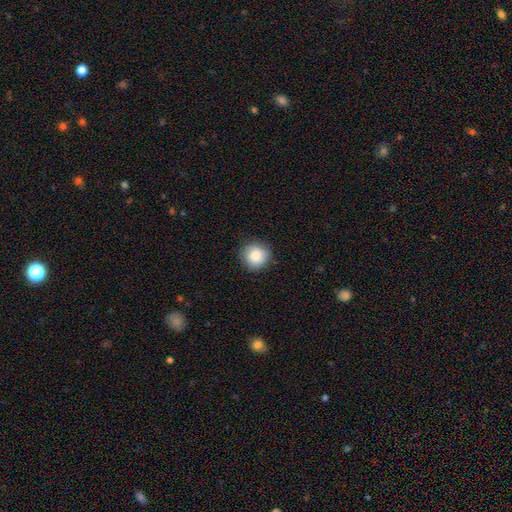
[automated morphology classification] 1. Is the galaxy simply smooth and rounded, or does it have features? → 84% smooth, 8% star or artifact, 8% featured or disk.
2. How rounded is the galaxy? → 92% round, 7% in between, 1% cigar-shaped.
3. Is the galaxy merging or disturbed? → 87% none, 10% minor disturbance, 2% major disturbance, 1% merger.